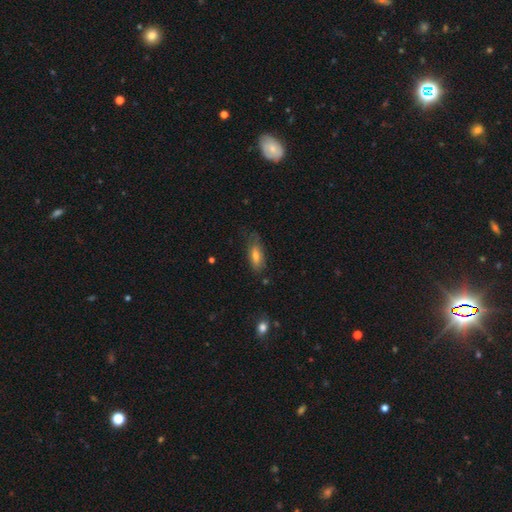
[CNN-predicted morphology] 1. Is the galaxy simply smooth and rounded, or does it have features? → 63% smooth, 28% featured or disk, 9% star or artifact.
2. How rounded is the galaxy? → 73% in between, 24% cigar-shaped, 3% round.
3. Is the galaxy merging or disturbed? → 58% none, 29% minor disturbance, 10% major disturbance, 2% merger.